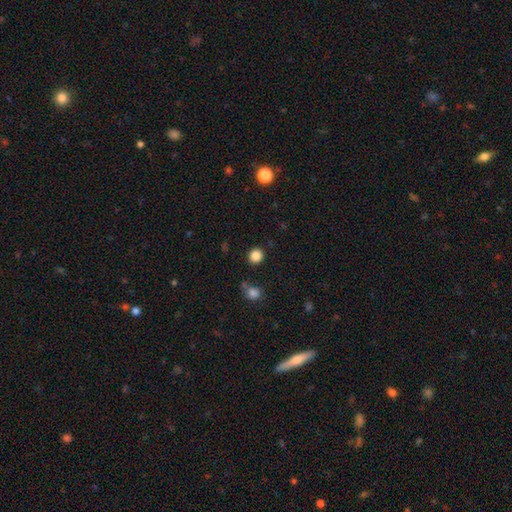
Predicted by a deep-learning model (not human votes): smooth_or_featured: smooth (p=0.86) [alt: star or artifact p=0.11]
how_rounded: round (p=0.87) [alt: in between p=0.12]
merging: none (p=0.87) [alt: minor disturbance p=0.07]